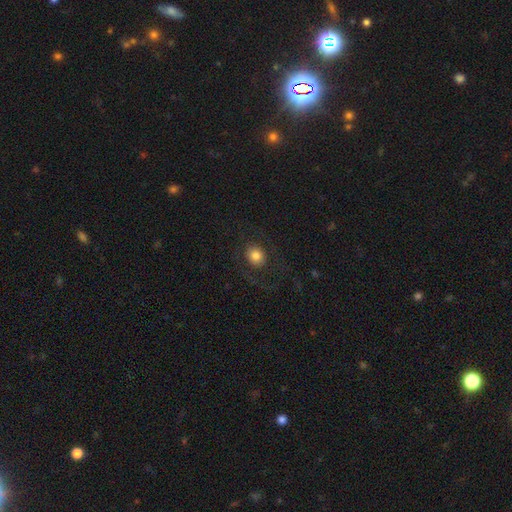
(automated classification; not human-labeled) Overall: smooth (73%). How rounded: round (68%; in between 31%). Merging: none (76%).